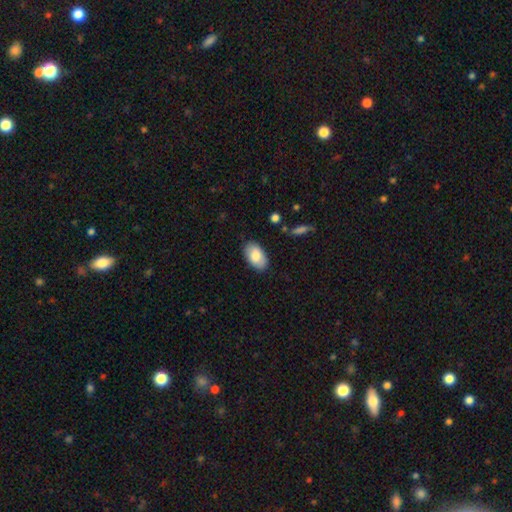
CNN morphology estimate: Smooth or featured?
  - smooth: 81% *
  - featured or disk: 13%
  - star or artifact: 6%
How rounded?
  - in between: 94% *
  - round: 5%
  - cigar-shaped: 1%
Merging?
  - none: 85% *
  - minor disturbance: 11%
  - major disturbance: 2%
  - merger: 1%